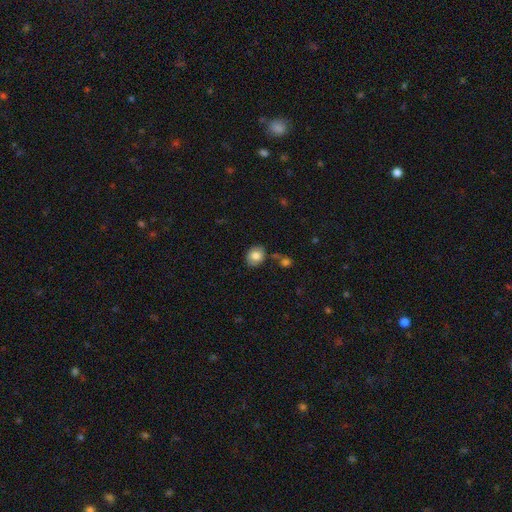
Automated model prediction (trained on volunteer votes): The model was most divided on "how rounded": round: 56%, in between: 43%, cigar-shaped: 1%. More confident: smooth or featured — smooth (80%); merging — none (76%).